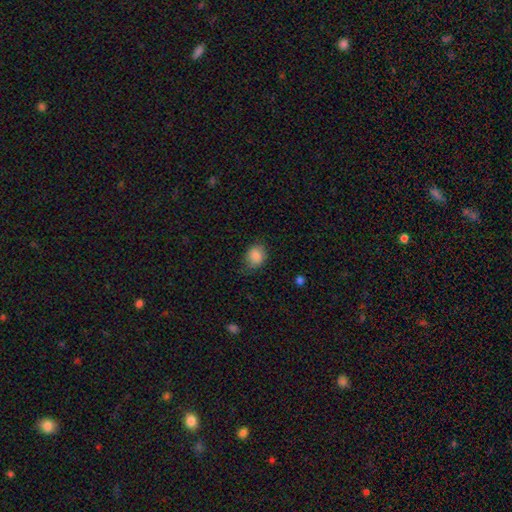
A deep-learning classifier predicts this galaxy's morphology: Q: Smooth or featured?
A: smooth (85%); runner-up: star or artifact (9%)
Q: How rounded?
A: round (54%); runner-up: in between (45%)
Q: Merging?
A: none (71%); runner-up: minor disturbance (23%)